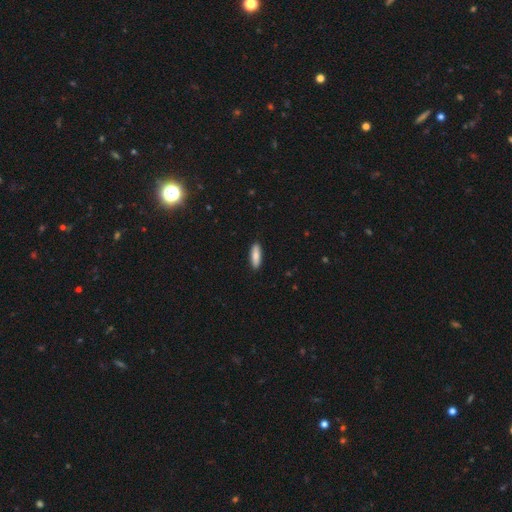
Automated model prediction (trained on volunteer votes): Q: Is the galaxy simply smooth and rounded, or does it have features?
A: smooth — 81%.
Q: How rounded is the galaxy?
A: cigar-shaped — 52%.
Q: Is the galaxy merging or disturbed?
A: none — 90%.